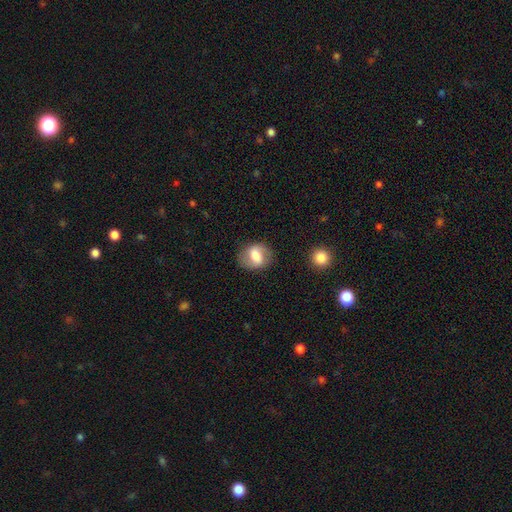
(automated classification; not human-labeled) Overall: smooth (56%; featured or disk 37%). How rounded: in between (57%; round 41%). Merging: none (79%).